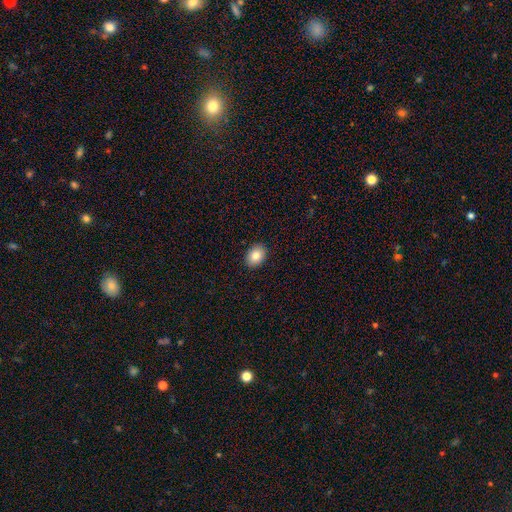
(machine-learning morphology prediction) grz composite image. It shows a smooth galaxy with no disk features (84%) that is in between round and cigar-shaped (71%). Merging: none (91%).